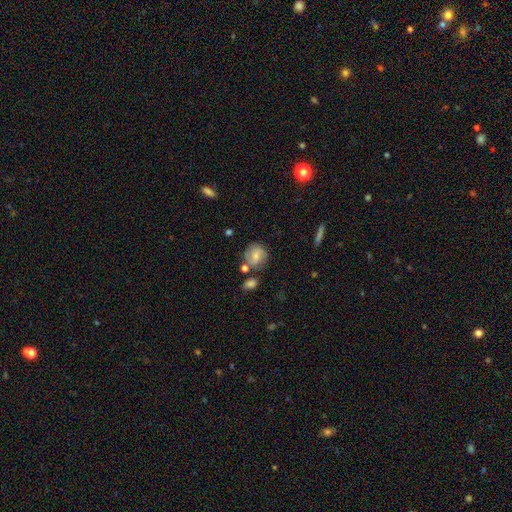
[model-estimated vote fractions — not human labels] This is likely a smooth galaxy (64%). How rounded: likely round (78%). Merging: likely none (63%).